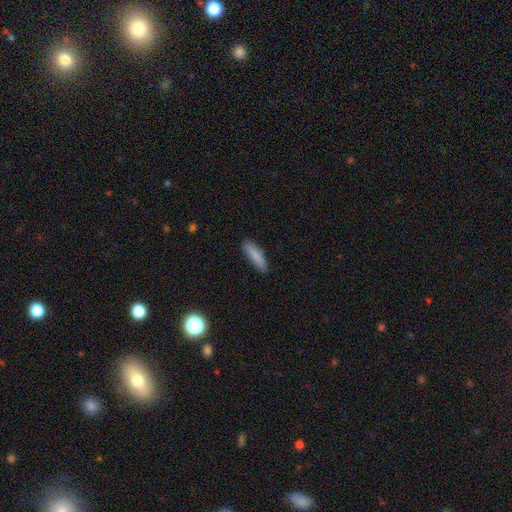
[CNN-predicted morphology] Smooth or featured: smooth — 84% (featured or disk — 9%)
How rounded: cigar-shaped — 74% (in between — 25%)
Merging: none — 86% (minor disturbance — 10%)